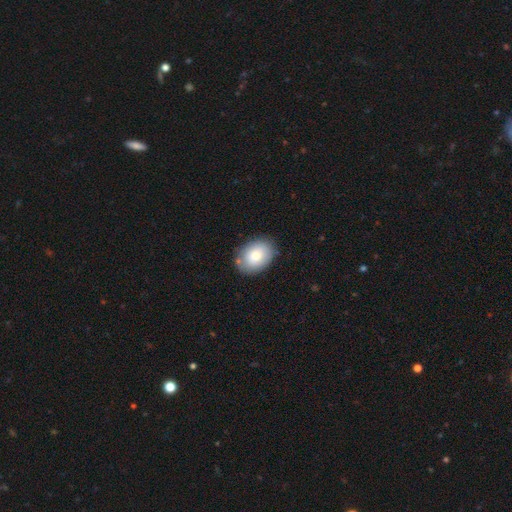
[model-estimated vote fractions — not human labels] Overall: smooth (78%). How rounded: in between (76%). Merging: none (81%).